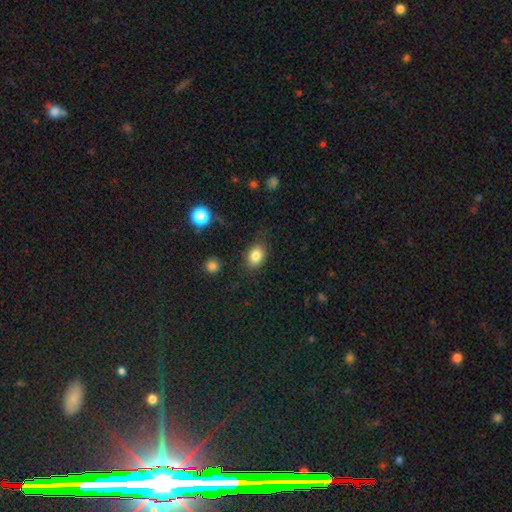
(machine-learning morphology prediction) Smooth or featured? smooth (83%)
How rounded? in between (72%)
Merging? none (80%)